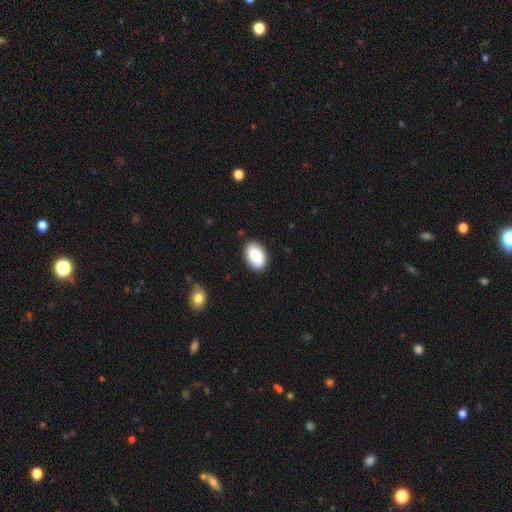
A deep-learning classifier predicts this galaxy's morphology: Smooth or featured? smooth (83%)
How rounded? in between (88%)
Merging? none (87%)